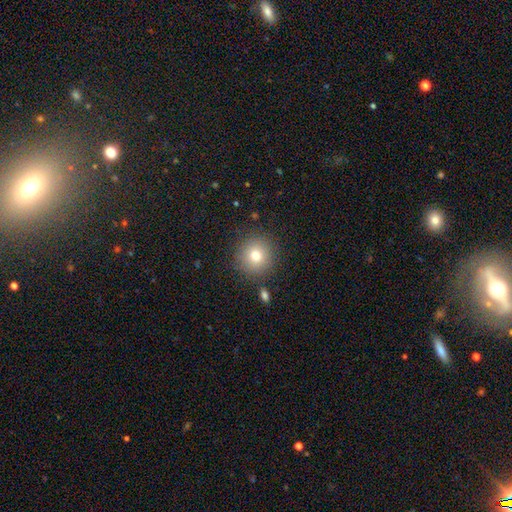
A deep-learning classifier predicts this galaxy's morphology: Smooth or featured: smooth — 75% (star or artifact — 13%)
How rounded: round — 93% (in between — 6%)
Merging: none — 86% (minor disturbance — 8%)